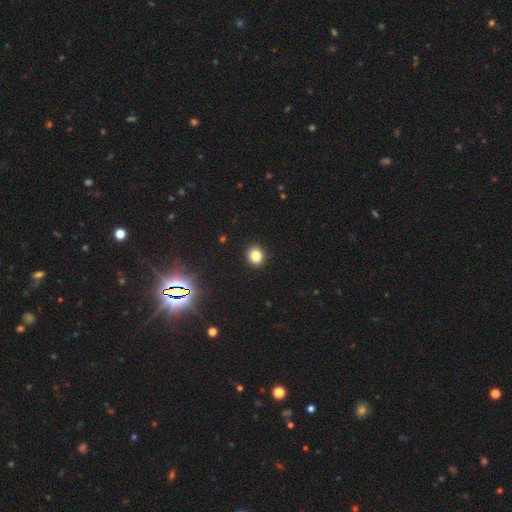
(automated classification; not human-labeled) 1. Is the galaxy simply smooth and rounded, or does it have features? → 82% smooth, 13% star or artifact, 6% featured or disk.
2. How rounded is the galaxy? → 70% round, 29% in between, 1% cigar-shaped.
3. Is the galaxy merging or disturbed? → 92% none, 5% minor disturbance, 2% major disturbance, 1% merger.